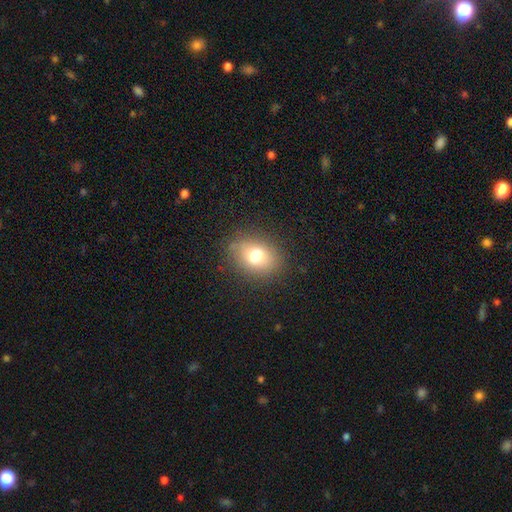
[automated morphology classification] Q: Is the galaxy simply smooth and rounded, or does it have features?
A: smooth — 74%.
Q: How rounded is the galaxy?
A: in between — 56%.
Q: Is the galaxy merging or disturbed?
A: none — 83%.